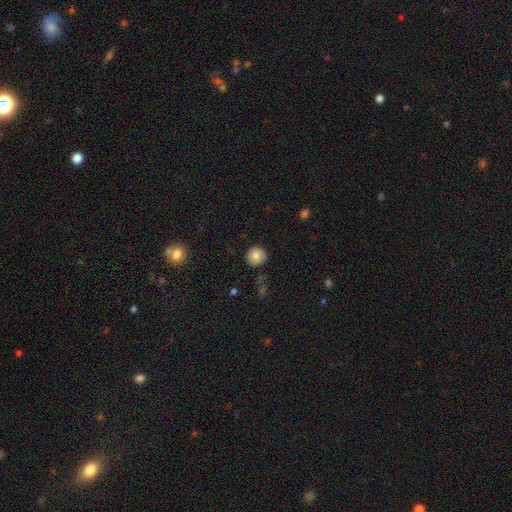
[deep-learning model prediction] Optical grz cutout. It shows a smooth galaxy with no disk features (79%) that is round (94%). Merging: none (88%).